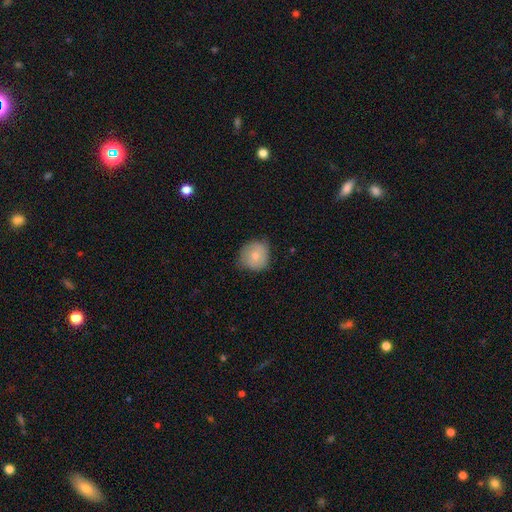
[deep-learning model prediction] Morphology: type=smooth (73%); roundness=round (85%); merging=none (61%).